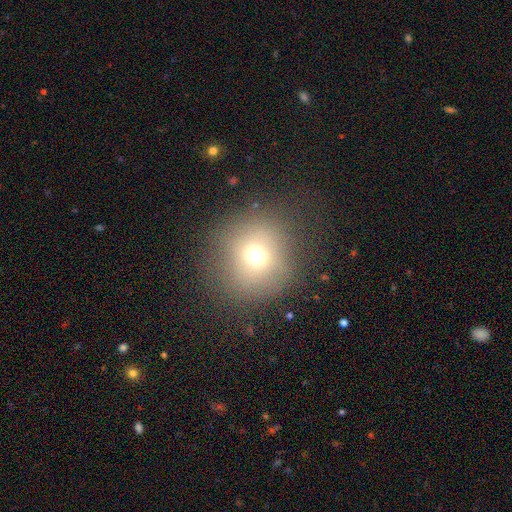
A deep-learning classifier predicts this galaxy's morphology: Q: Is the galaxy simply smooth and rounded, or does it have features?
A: smooth — 68%.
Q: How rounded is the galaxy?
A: round — 91%.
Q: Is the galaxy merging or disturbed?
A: none — 80%.